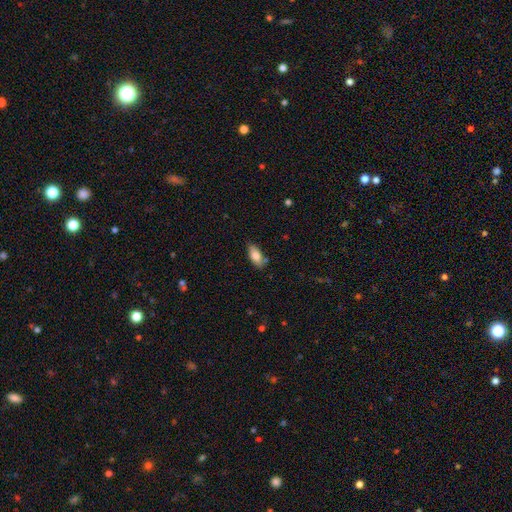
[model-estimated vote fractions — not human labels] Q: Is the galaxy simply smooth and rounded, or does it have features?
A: smooth — 80%.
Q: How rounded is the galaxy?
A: in between — 86%.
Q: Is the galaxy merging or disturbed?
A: none — 75%.